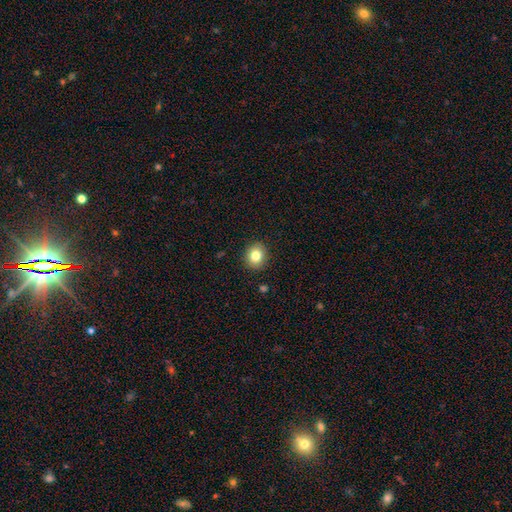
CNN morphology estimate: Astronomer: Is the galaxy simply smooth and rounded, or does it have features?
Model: smooth — 82%.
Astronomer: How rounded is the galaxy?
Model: round — 76%.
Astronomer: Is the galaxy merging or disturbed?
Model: none — 90%.